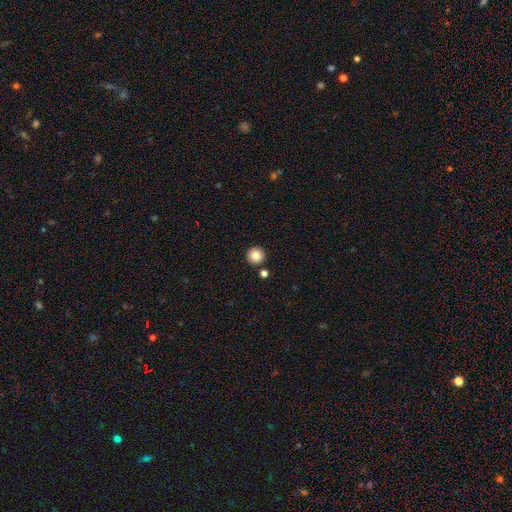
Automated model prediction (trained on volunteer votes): A smooth galaxy with no disk features (84%) that is round (96%).

Vote fractions:
- Smooth or featured? smooth: 84% / star or artifact: 10% / featured or disk: 6%
- How rounded? round: 96% / in between: 3% / cigar-shaped: 1%
- Merging? none: 90% / minor disturbance: 5% / merger: 3% / major disturbance: 2%